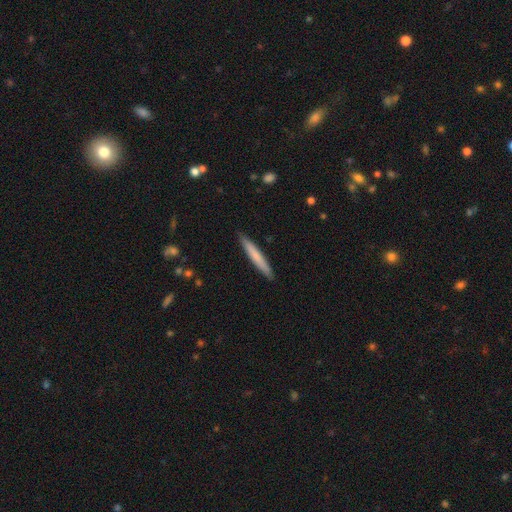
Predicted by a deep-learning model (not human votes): smooth_or_featured: smooth (p=0.70) [alt: featured or disk p=0.24]
how_rounded: cigar-shaped (p=0.96) [alt: in between p=0.03]
merging: none (p=0.90) [alt: minor disturbance p=0.07]